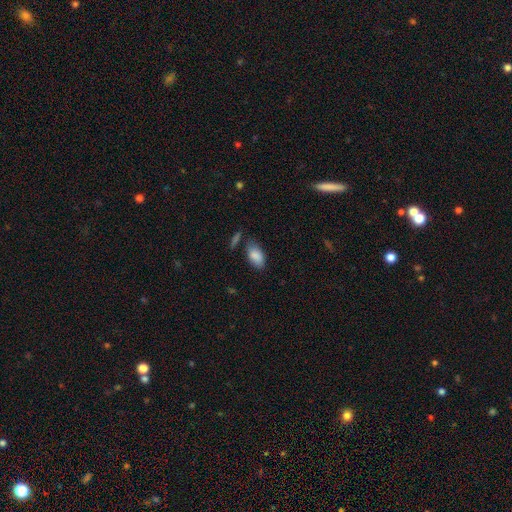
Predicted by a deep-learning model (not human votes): A smooth galaxy with no disk features (87%) that is in between round and cigar-shaped (93%).

Vote fractions:
- Smooth or featured? smooth: 87% / star or artifact: 7% / featured or disk: 6%
- How rounded? in between: 93% / round: 4% / cigar-shaped: 3%
- Merging? none: 70% / minor disturbance: 19% / merger: 6% / major disturbance: 5%